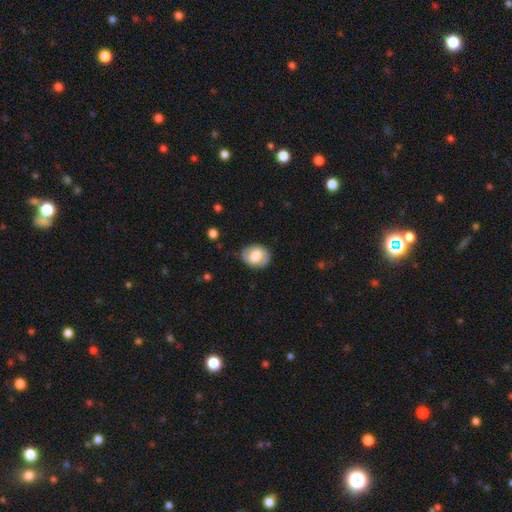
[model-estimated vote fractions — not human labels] Smooth or featured?
  - smooth: 62% *
  - featured or disk: 31%
  - star or artifact: 7%
How rounded?
  - in between: 54% *
  - round: 45%
  - cigar-shaped: 1%
Merging?
  - none: 77% *
  - minor disturbance: 17%
  - major disturbance: 5%
  - merger: 1%